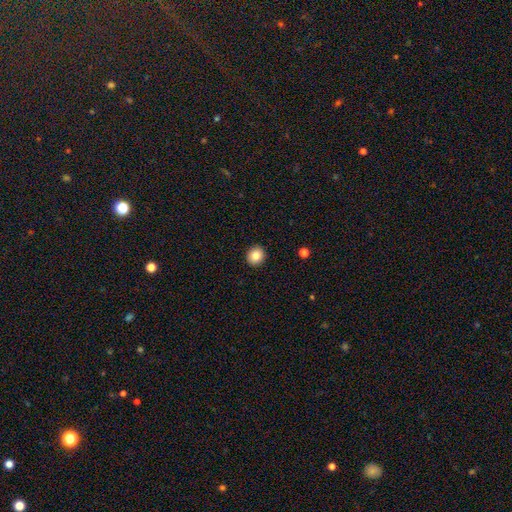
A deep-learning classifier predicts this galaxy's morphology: Smooth or featured? Predicted: smooth (p=0.84). How rounded? Predicted: round (p=0.86). Merging? Predicted: none (p=0.93).